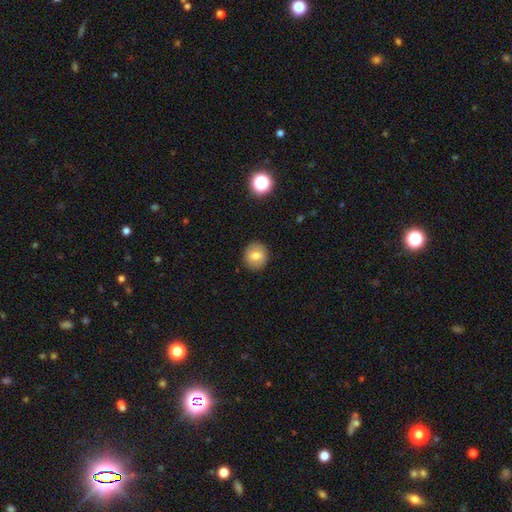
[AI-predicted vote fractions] smooth 75%, featured or disk 15%, star or artifact 10%. Down the decision tree: how rounded — round (85%); merging — none (89%).